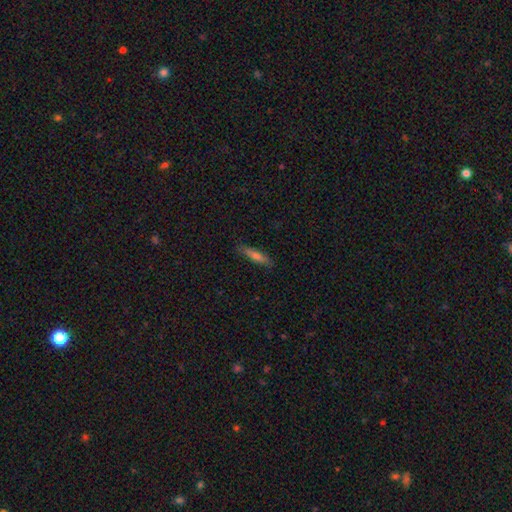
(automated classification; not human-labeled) A smooth galaxy with no disk features (63%) that is cigar-shaped (85%). Merging: none (86%).